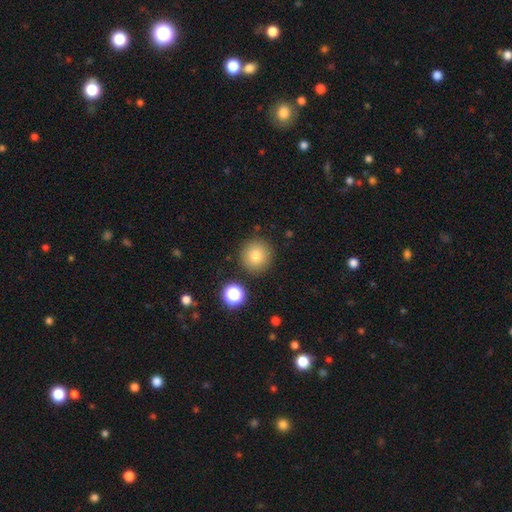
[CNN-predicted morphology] smooth 79%, star or artifact 12%, featured or disk 9%. Down the decision tree: how rounded — round (95%); merging — none (87%).